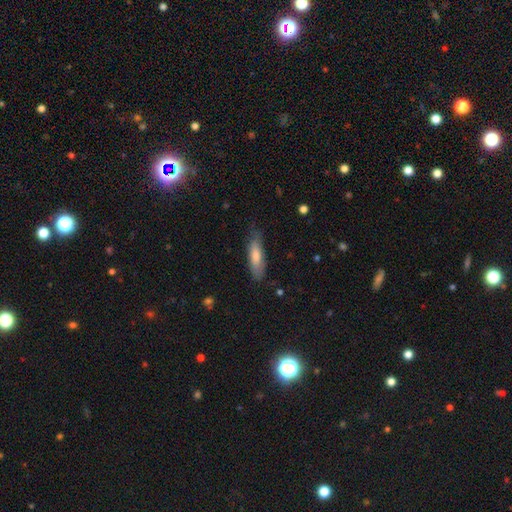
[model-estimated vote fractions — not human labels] Smooth or featured: smooth — 69% (featured or disk — 24%)
How rounded: cigar-shaped — 58% (in between — 40%)
Merging: none — 75% (minor disturbance — 20%)